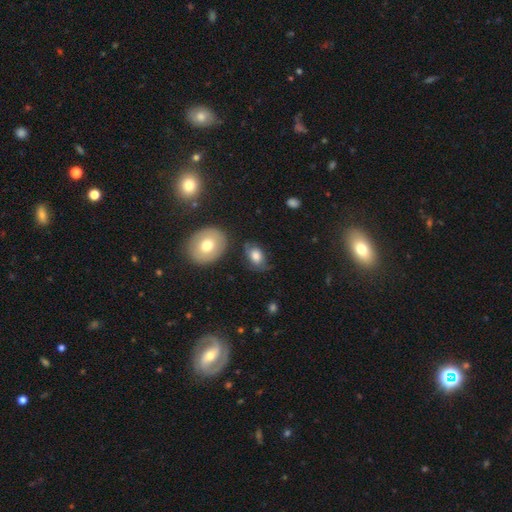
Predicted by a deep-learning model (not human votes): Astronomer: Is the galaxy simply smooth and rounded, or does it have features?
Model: smooth — 75%.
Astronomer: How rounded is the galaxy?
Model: in between — 84%.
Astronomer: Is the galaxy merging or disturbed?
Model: none — 59%.